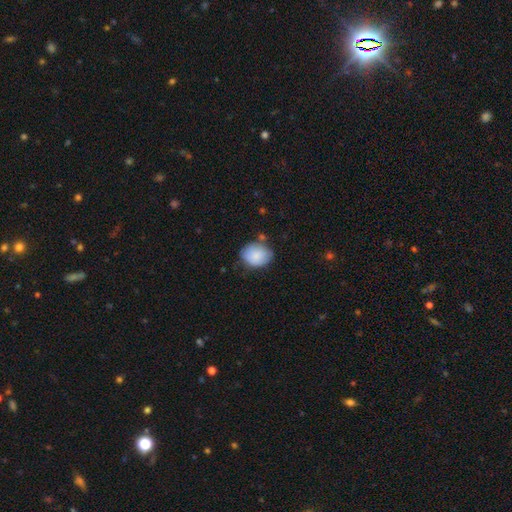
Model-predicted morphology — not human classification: Smooth or featured?
  - smooth: 85% *
  - featured or disk: 9%
  - star or artifact: 7%
How rounded?
  - round: 50% *
  - in between: 49%
  - cigar-shaped: 1%
Merging?
  - none: 65% *
  - minor disturbance: 24%
  - major disturbance: 5%
  - merger: 5%